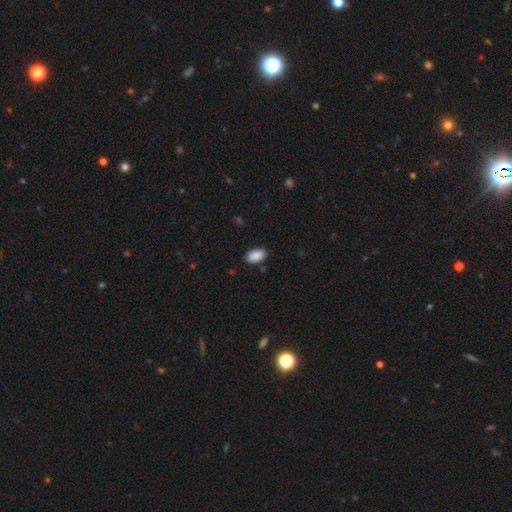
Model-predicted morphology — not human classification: Overall: smooth (90%). How rounded: in between (94%). Merging: none (85%).